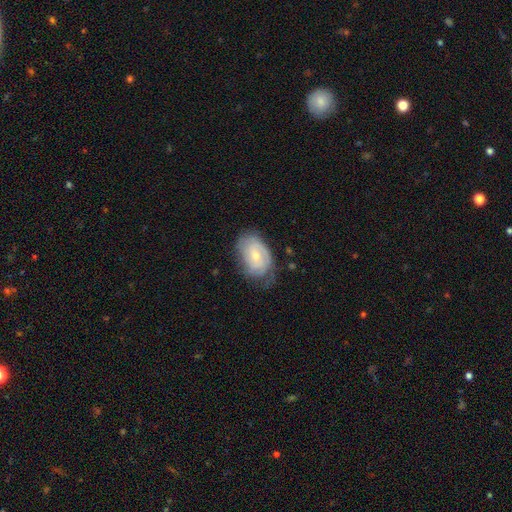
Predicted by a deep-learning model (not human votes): Smooth or featured: featured or disk — 66% (smooth — 28%)
Edge-on disk: no — 96% (yes — 4%)
Bar: no — 55% (weak — 38%)
Spiral arms: yes — 85% (no — 15%)
Spiral winding: tight — 61% (medium — 29%)
Spiral arm count: can't tell — 41% (2 — 36%)
Bulge size: small — 54% (moderate — 42%)
Merging: none — 57% (minor disturbance — 30%)